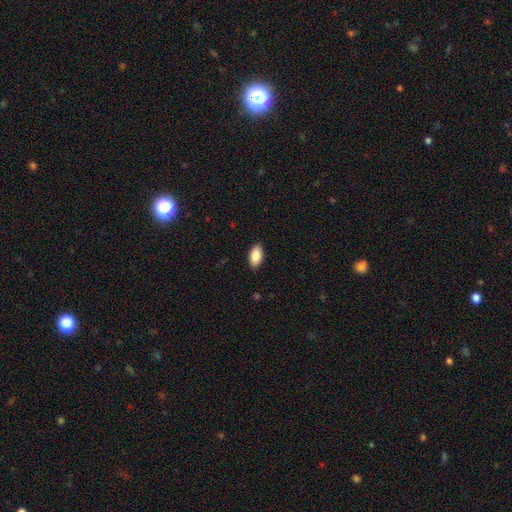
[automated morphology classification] A smooth galaxy with no disk features (86%) that is in between round and cigar-shaped (93%). Merging: none (88%).